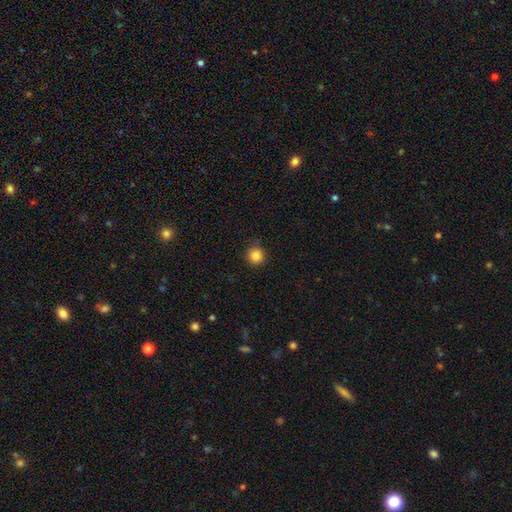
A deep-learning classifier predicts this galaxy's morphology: This appears to be a smooth galaxy with no disk features (84%) that is round (96%). Merging: none (90%).